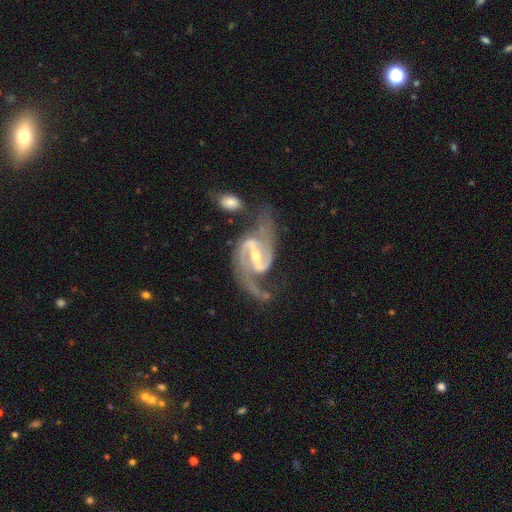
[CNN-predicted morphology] This is clearly a featured or disk galaxy (94%). It is clearly not viewed edge-on (98%). Bar: likely strong (65%). Spiral arm pattern: clearly yes (98%). Spiral arm count: clearly 2 (93%). Spiral winding: possibly medium (58%). Central bulge: possibly small (52%). Merging: possibly none (57%).